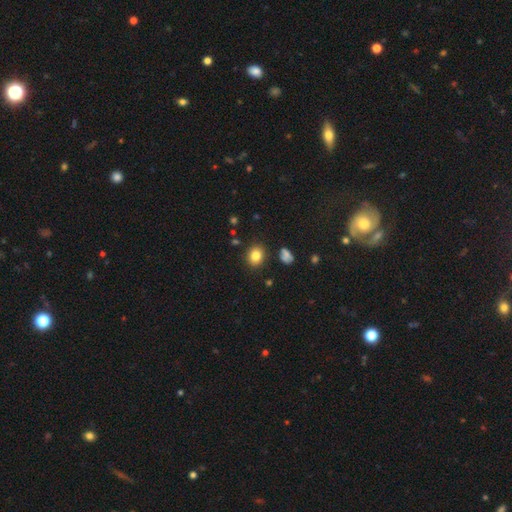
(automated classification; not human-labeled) This is clearly a smooth galaxy (83%). How rounded: possibly round (56%). Merging: clearly none (86%).